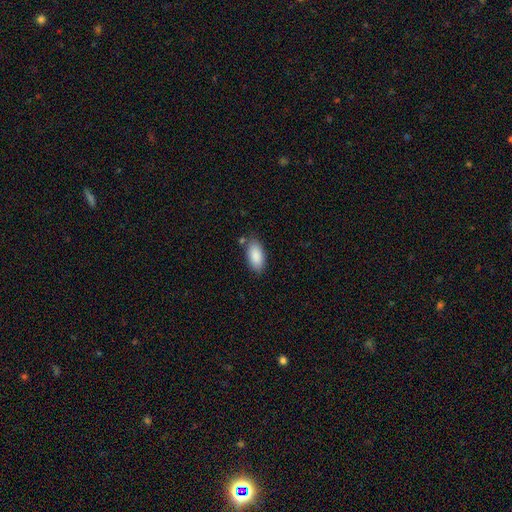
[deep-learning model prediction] This is clearly a smooth galaxy (89%). How rounded: clearly in between (92%). Merging: likely none (80%).